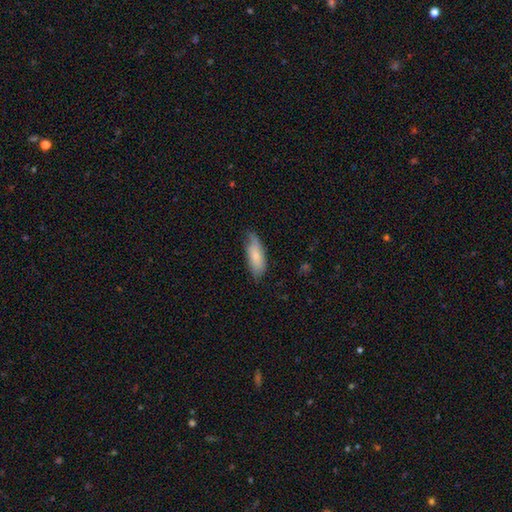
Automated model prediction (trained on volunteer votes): A smooth galaxy with no disk features (77%) that is in between round and cigar-shaped (69%).

Vote fractions:
- Smooth or featured? smooth: 77% / featured or disk: 17% / star or artifact: 6%
- How rounded? in between: 69% / cigar-shaped: 29% / round: 2%
- Merging? none: 63% / minor disturbance: 30% / major disturbance: 6% / merger: 1%